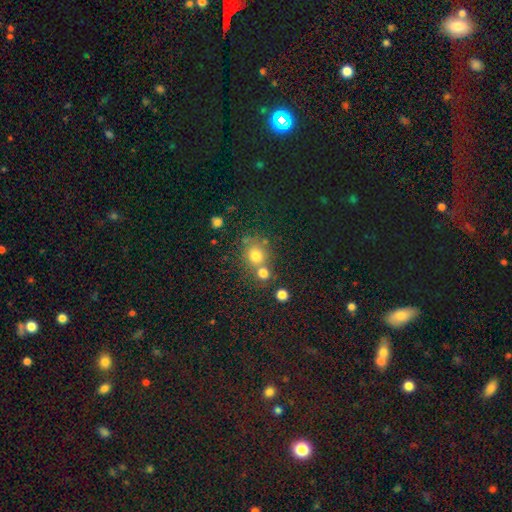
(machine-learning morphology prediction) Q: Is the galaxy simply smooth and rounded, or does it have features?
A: smooth — 73%.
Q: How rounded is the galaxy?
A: round — 83%.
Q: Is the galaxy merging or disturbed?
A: none — 58%.